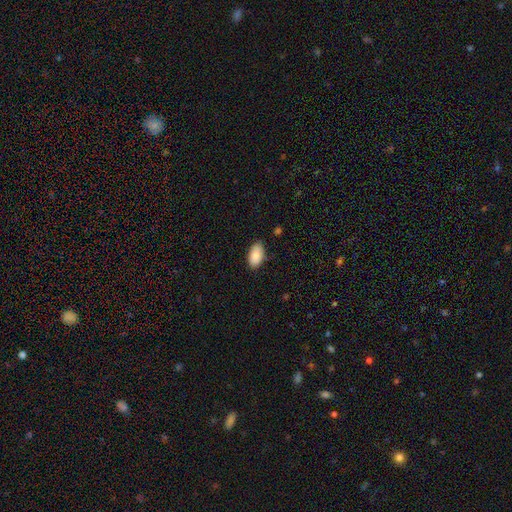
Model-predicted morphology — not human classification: Q: Smooth or featured?
A: smooth (85%); runner-up: featured or disk (8%)
Q: How rounded?
A: in between (95%); runner-up: round (3%)
Q: Merging?
A: none (82%); runner-up: minor disturbance (15%)